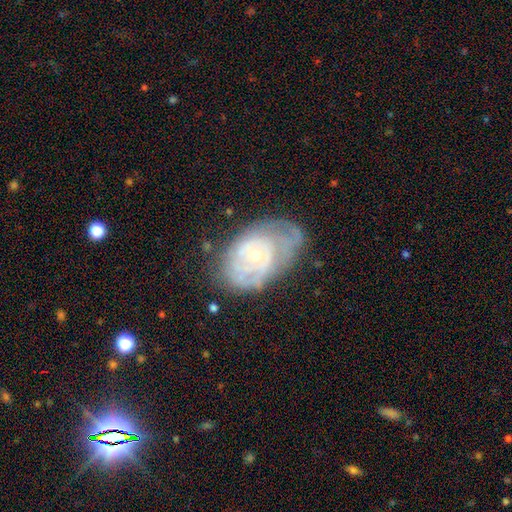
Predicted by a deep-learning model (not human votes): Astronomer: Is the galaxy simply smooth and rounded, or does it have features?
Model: featured or disk — 75%.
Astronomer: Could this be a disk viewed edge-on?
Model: no — 96%.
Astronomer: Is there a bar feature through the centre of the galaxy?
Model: no — 79%.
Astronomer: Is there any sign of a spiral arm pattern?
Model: yes — 75%.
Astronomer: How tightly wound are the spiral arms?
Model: tight — 70%.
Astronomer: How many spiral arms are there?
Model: can't tell — 55%.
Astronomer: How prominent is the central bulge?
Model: small — 58% (runner-up: moderate, 38%).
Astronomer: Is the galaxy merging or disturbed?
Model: none — 49% (runner-up: minor disturbance, 30%).